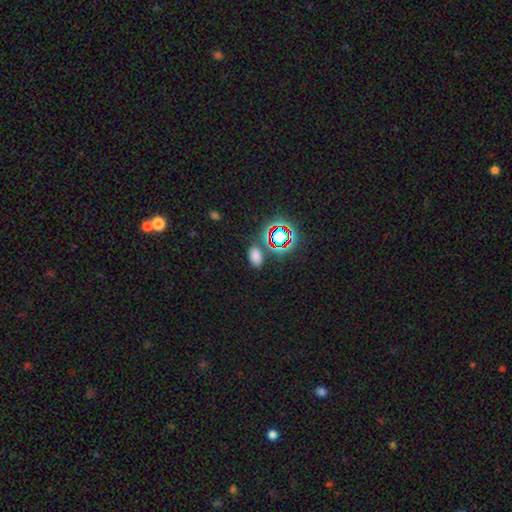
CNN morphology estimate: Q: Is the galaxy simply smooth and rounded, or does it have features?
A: smooth — 69%.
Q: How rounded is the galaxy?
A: in between — 89%.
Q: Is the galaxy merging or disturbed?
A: none — 78%.